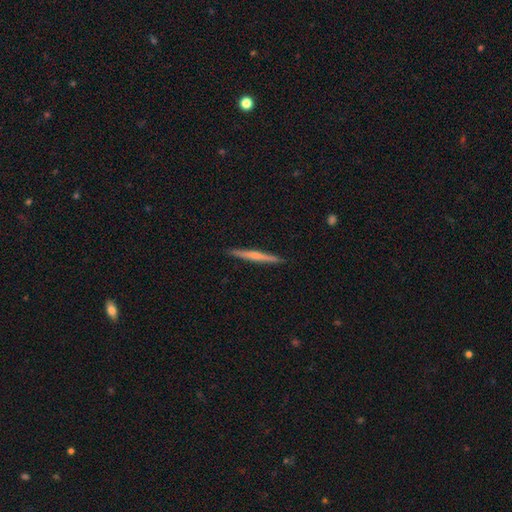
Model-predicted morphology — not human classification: Smooth or featured? Predicted: featured or disk (p=0.53). Edge-on disk? Predicted: yes (p=0.98). Edge-on bulge? Predicted: rounded (p=0.49). Merging? Predicted: none (p=0.92).